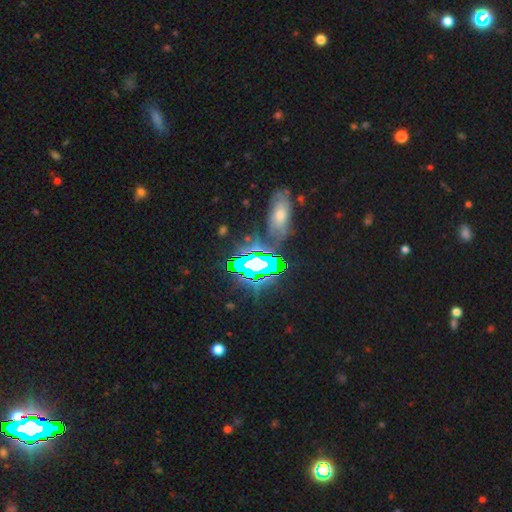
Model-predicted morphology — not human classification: star or artifact 68%, smooth 16%, featured or disk 16%.